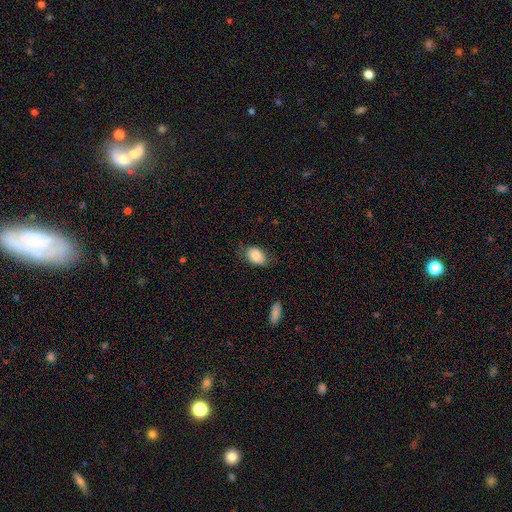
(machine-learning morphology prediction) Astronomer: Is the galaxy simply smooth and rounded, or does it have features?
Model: smooth — 83%.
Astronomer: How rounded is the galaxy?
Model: in between — 86%.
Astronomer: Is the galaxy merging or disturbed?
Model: none — 70%.